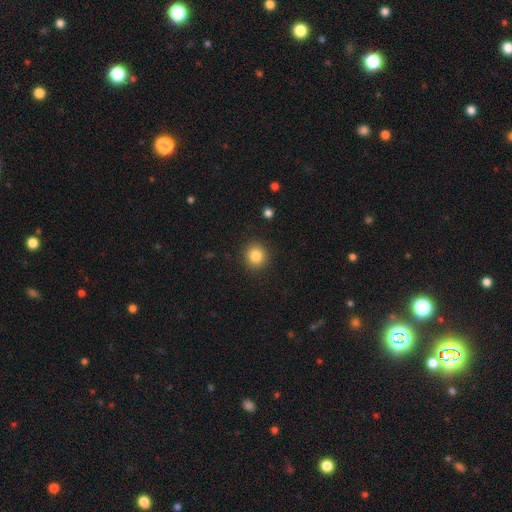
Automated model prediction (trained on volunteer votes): Smooth or featured: smooth — 84% (star or artifact — 10%)
How rounded: round — 91% (in between — 8%)
Merging: none — 91% (minor disturbance — 6%)